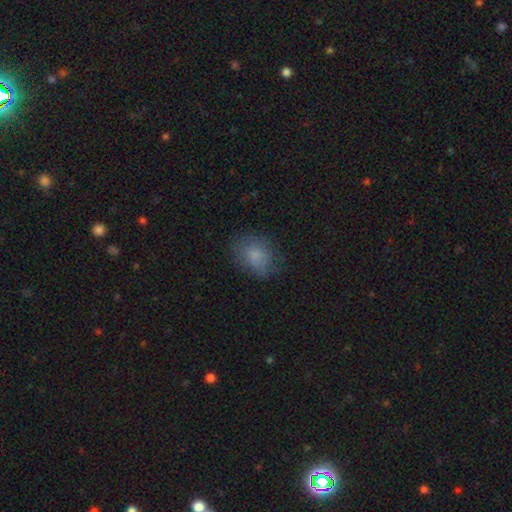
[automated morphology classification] Smooth or featured? smooth (78%)
How rounded? in between (57%)
Merging? none (65%)